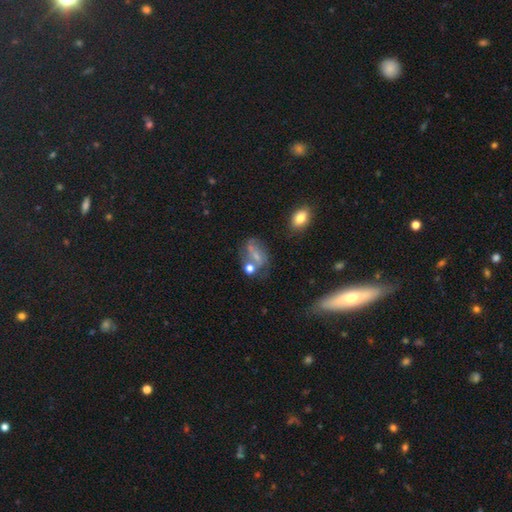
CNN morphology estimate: smooth-or-featured: featured or disk: 45% | smooth: 40% | star or artifact: 15%
  merging: none: 41% | minor disturbance: 22% | merger: 20% | major disturbance: 17%